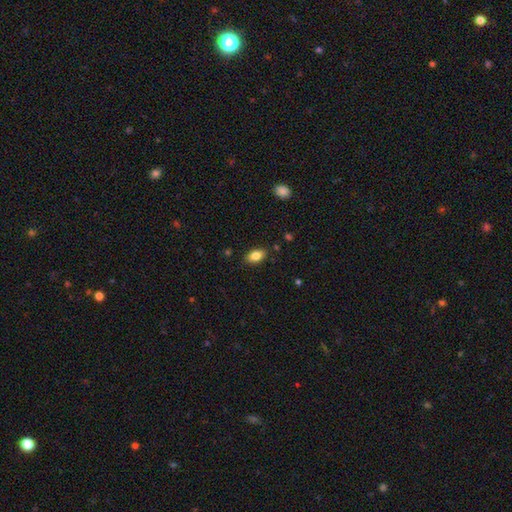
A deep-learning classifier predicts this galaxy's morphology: Smooth or featured?
  - smooth: 82% *
  - featured or disk: 10%
  - star or artifact: 8%
How rounded?
  - in between: 89% *
  - round: 8%
  - cigar-shaped: 3%
Merging?
  - none: 86% *
  - minor disturbance: 11%
  - major disturbance: 2%
  - merger: 1%